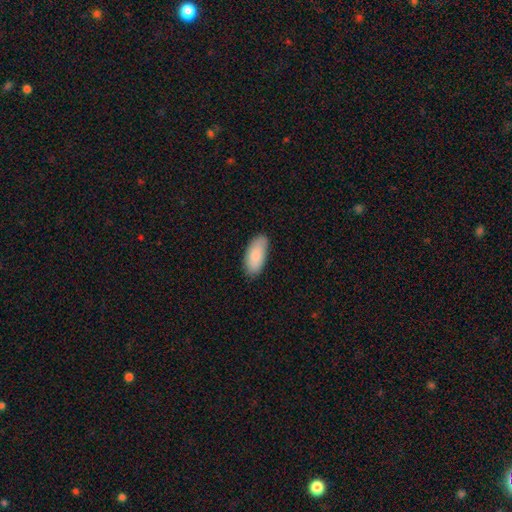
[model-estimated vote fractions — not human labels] A smooth galaxy with no disk features (87%) that is in between round and cigar-shaped (90%). Merging: none (84%).